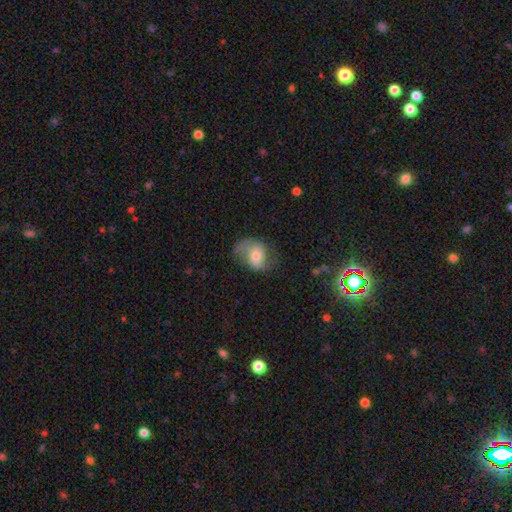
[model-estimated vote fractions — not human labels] This appears to be a featured or disk galaxy (55%) with no bar (55%), spiral arms (82%) and a moderate central bulge (62%). Merging: none (55%).